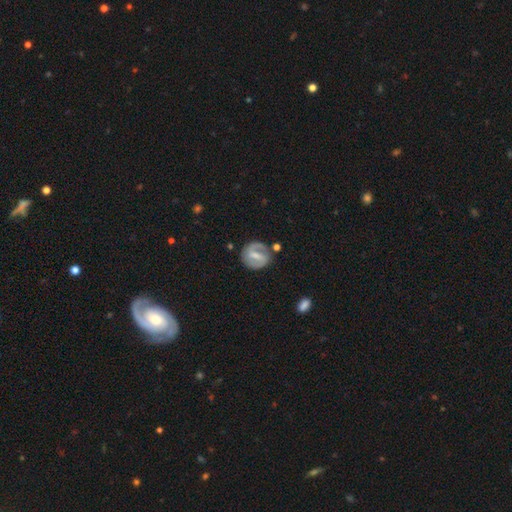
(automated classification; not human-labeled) Smooth or featured? Predicted: featured or disk (p=0.71). Edge-on disk? Predicted: no (p=0.97). Bar? Predicted: strong (p=0.47). Spiral arms? Predicted: yes (p=0.82). Spiral winding? Predicted: medium (p=0.42). Spiral arm count? Predicted: 2 (p=0.74). Bulge size? Predicted: small (p=0.45). Merging? Predicted: none (p=0.71).